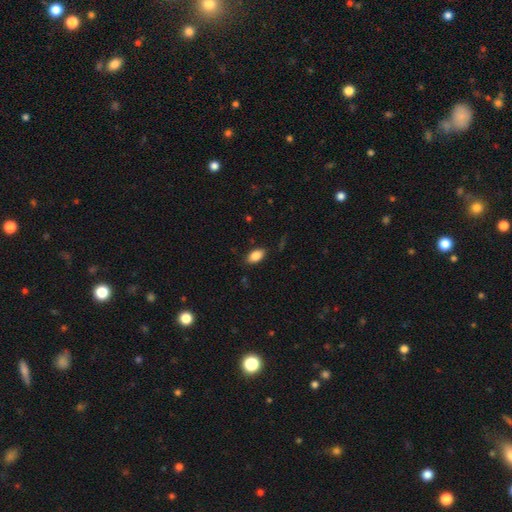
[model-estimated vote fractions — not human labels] smooth 86%, star or artifact 8%, featured or disk 7%. Down the decision tree: how rounded — in between (92%); merging — none (83%).